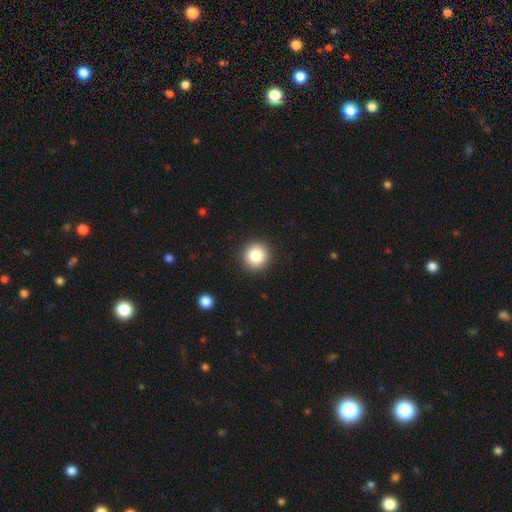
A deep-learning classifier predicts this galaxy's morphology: Smooth or featured?
  - smooth: 84% *
  - star or artifact: 10%
  - featured or disk: 6%
How rounded?
  - round: 94% *
  - in between: 5%
  - cigar-shaped: 1%
Merging?
  - none: 92% *
  - minor disturbance: 5%
  - major disturbance: 2%
  - merger: 1%